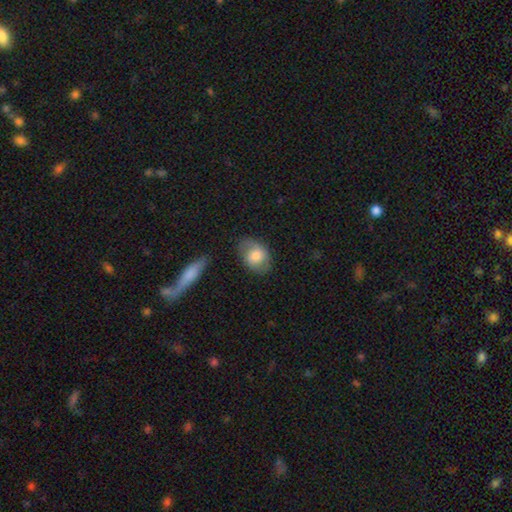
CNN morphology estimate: Q: Smooth or featured?
A: smooth (69%); runner-up: featured or disk (24%)
Q: How rounded?
A: in between (72%); runner-up: round (26%)
Q: Merging?
A: none (69%); runner-up: minor disturbance (22%)